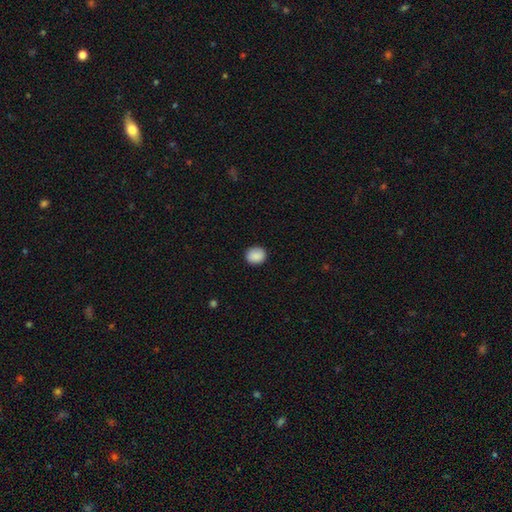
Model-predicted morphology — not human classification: Smooth or featured: smooth — 89% (star or artifact — 8%)
How rounded: round — 78% (in between — 21%)
Merging: none — 89% (minor disturbance — 8%)